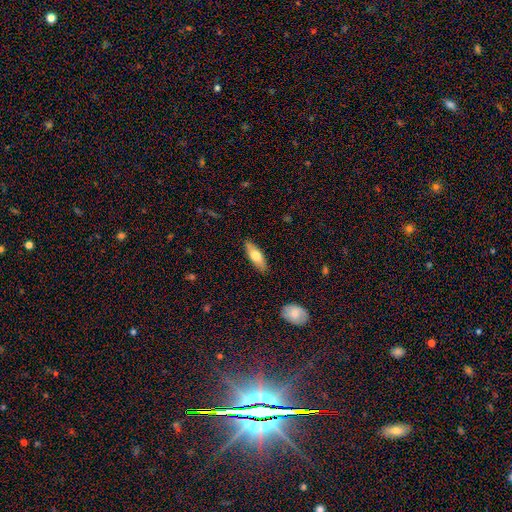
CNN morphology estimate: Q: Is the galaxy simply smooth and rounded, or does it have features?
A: smooth — 67%.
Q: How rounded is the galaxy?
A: in between — 59%.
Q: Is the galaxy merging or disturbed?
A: none — 86%.